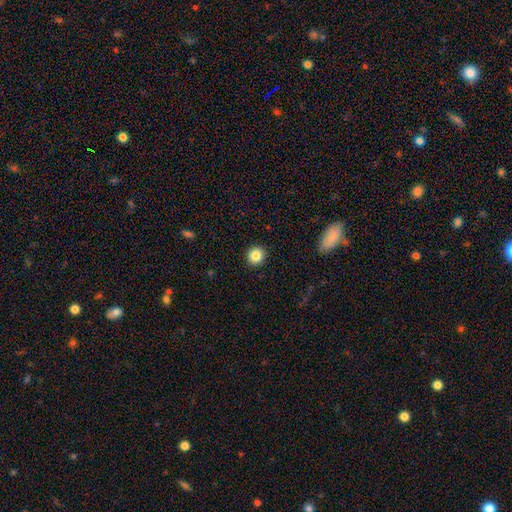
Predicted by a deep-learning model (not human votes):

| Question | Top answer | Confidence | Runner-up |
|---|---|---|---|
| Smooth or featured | smooth | 86% | star or artifact (9%) |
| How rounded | round | 89% | in between (10%) |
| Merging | none | 92% | minor disturbance (5%) |